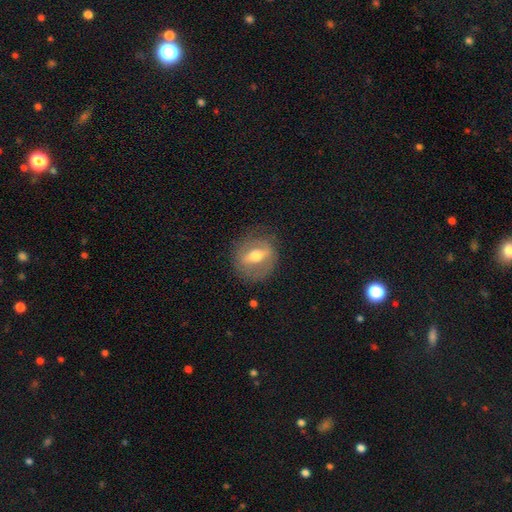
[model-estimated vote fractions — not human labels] Smooth or featured? featured or disk (63%)
Edge-on disk? no (82%)
Bar? strong (55%)
Spiral arms? no (68%)
Bulge size? moderate (72%)
Merging? none (79%)